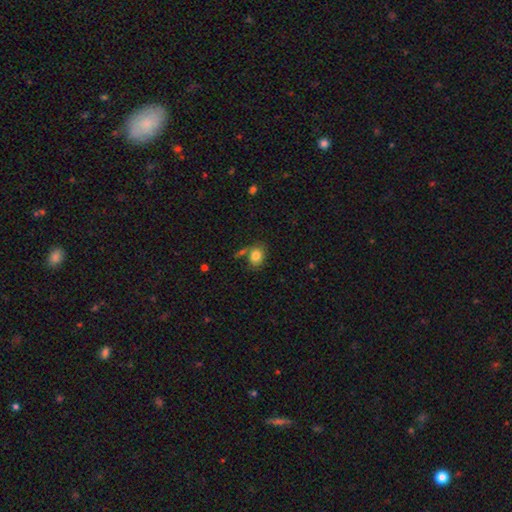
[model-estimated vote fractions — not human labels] Morphology: type=smooth (81%); roundness=in between (58%); merging=none (59%).